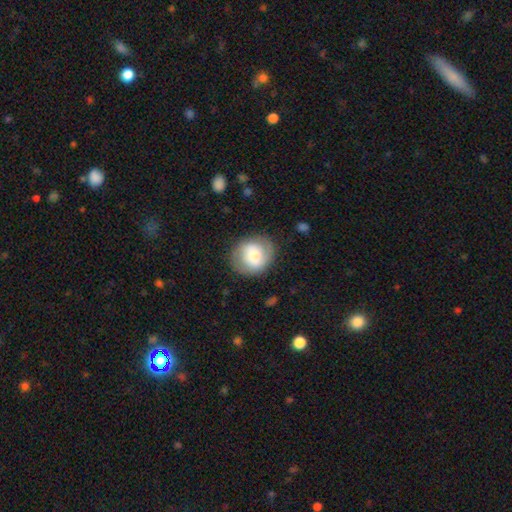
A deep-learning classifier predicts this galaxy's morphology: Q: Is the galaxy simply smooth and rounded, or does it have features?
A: smooth — 55%.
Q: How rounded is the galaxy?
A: round — 78%.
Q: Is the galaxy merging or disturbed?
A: none — 80%.